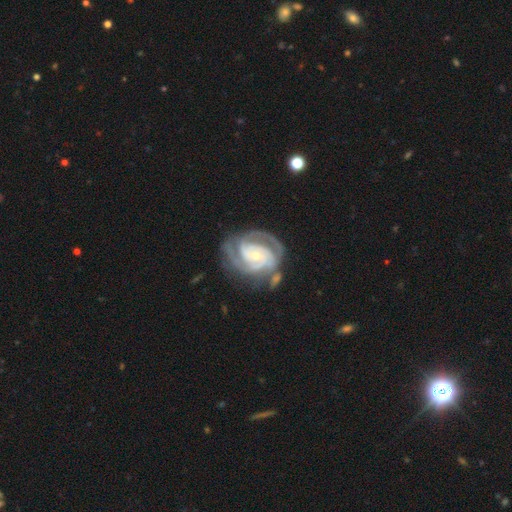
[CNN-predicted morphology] Smooth or featured?
  - featured or disk: 90% *
  - smooth: 5%
  - star or artifact: 4%
Edge-on disk?
  - no: 98% *
  - yes: 2%
Bar?
  - no: 62% *
  - weak: 27%
  - strong: 11%
Spiral arms?
  - yes: 97% *
  - no: 3%
Spiral winding?
  - tight: 65% *
  - medium: 30%
  - loose: 5%
Spiral arm count?
  - 3: 36% *
  - 2: 32%
  - can't tell: 14%
  - 4: 9%
  - 1: 5%
  - more than 4: 4%
Bulge size?
  - small: 62% *
  - moderate: 33%
  - large: 2%
  - none: 1%
  - dominant: 1%
Merging?
  - none: 61% *
  - minor disturbance: 20%
  - major disturbance: 12%
  - merger: 7%